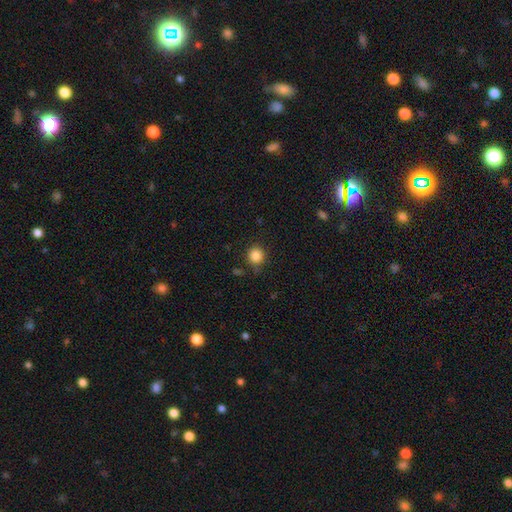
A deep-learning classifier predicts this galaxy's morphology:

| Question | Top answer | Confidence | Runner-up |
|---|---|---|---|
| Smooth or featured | smooth | 86% | star or artifact (10%) |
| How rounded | round | 91% | in between (8%) |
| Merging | none | 83% | minor disturbance (11%) |